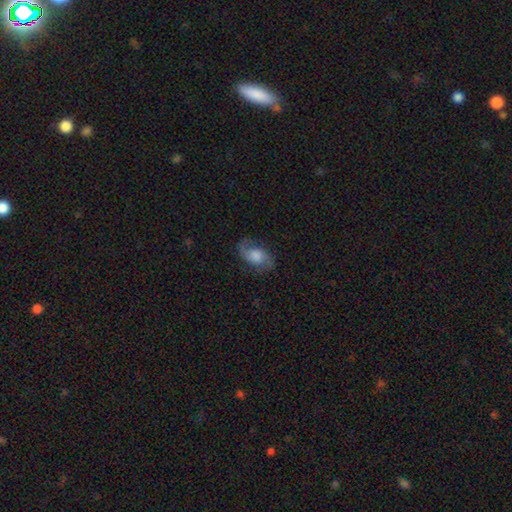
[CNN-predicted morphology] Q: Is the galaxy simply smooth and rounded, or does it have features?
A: featured or disk — 64%.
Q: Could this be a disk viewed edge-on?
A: no — 96%.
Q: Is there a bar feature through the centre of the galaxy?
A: no — 61%.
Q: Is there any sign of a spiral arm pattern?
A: yes — 91%.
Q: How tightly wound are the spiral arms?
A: medium — 44%.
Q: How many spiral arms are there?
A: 2 — 88%.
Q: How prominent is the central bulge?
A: large — 39%.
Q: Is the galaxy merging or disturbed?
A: none — 75%.